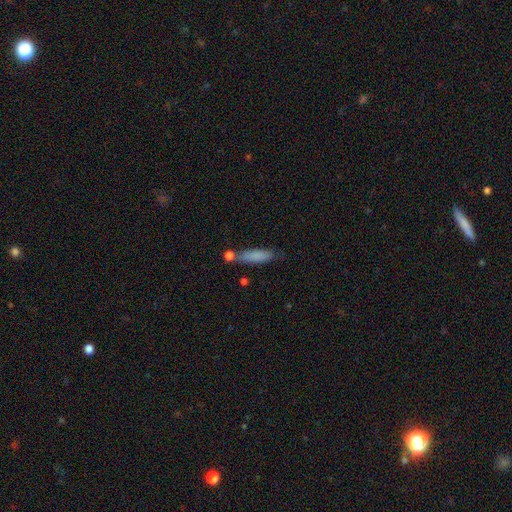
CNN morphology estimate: This appears to be a smooth galaxy with no disk features (79%) that is cigar-shaped (73%). Merging: none (64%).